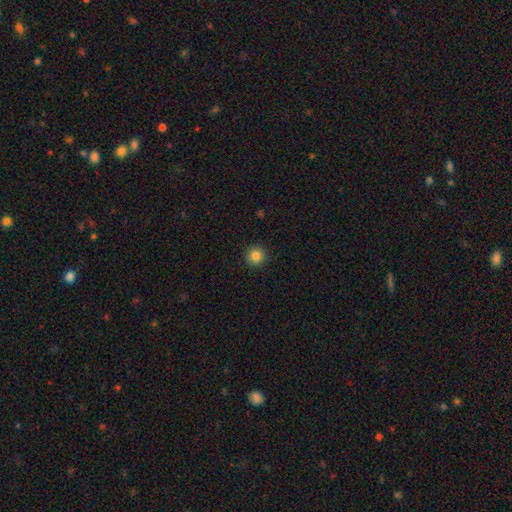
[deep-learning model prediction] Overall: smooth (84%). How rounded: round (96%). Merging: none (93%).